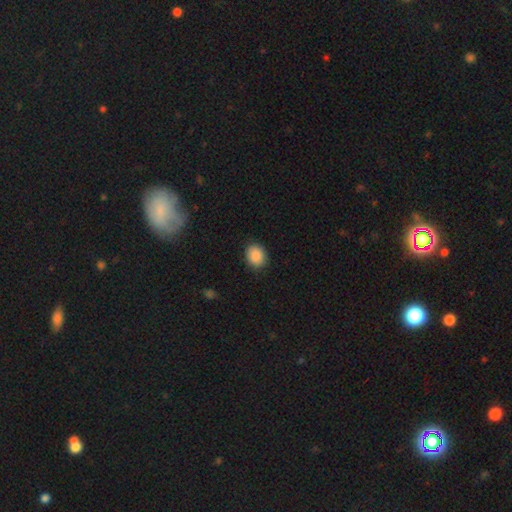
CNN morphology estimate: Q: Smooth or featured?
A: smooth (89%); runner-up: star or artifact (8%)
Q: How rounded?
A: round (56%); runner-up: in between (44%)
Q: Merging?
A: none (87%); runner-up: minor disturbance (10%)